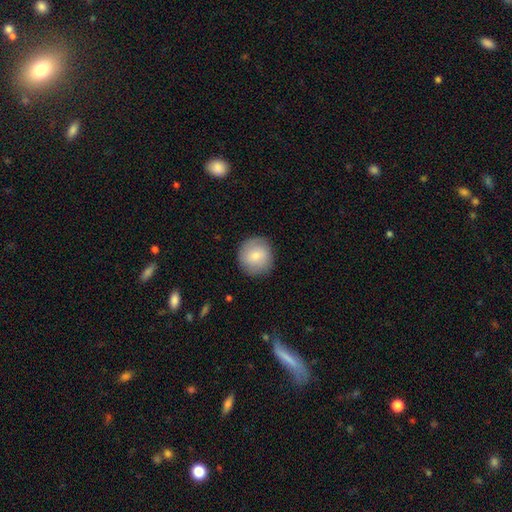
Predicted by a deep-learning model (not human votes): A smooth galaxy with no disk features (74%) that is round (92%).

Vote fractions:
- Smooth or featured? smooth: 74% / featured or disk: 19% / star or artifact: 7%
- How rounded? round: 92% / in between: 7% / cigar-shaped: 1%
- Merging? none: 87% / minor disturbance: 9% / major disturbance: 3% / merger: 1%